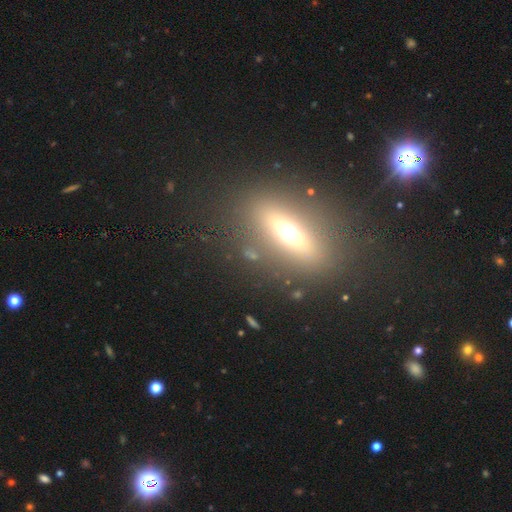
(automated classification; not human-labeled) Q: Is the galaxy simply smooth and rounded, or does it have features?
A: featured or disk — 47%.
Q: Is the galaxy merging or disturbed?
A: none — 82%.